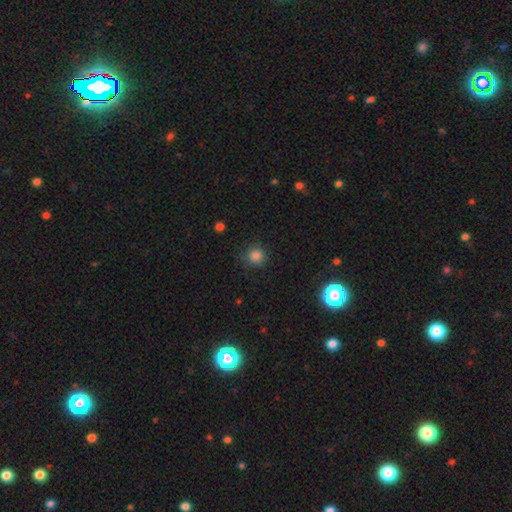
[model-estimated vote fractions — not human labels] This is clearly a smooth galaxy (83%). How rounded: clearly round (93%). Merging: clearly none (83%).